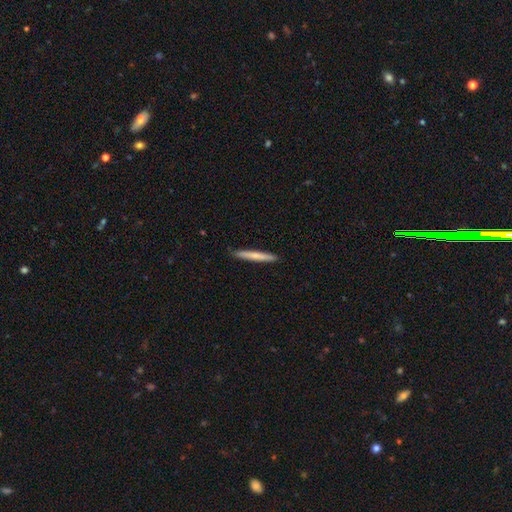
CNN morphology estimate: A smooth galaxy with no disk features (69%) that is cigar-shaped (96%). Merging: none (91%).